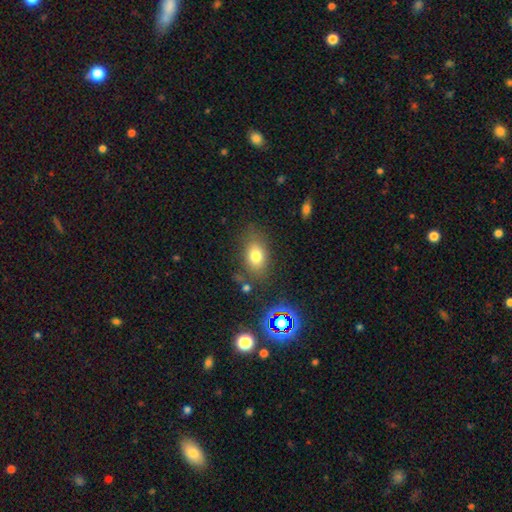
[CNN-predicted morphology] Smooth or featured? Predicted: smooth (p=0.76). How rounded? Predicted: in between (p=0.78). Merging? Predicted: none (p=0.74).